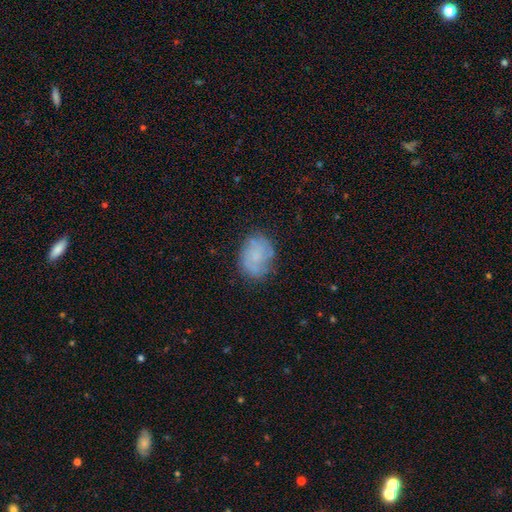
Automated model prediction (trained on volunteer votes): smooth_or_featured: smooth (p=0.54) [alt: featured or disk p=0.37]
how_rounded: in between (p=0.59) [alt: round p=0.40]
merging: none (p=0.69) [alt: minor disturbance p=0.21]